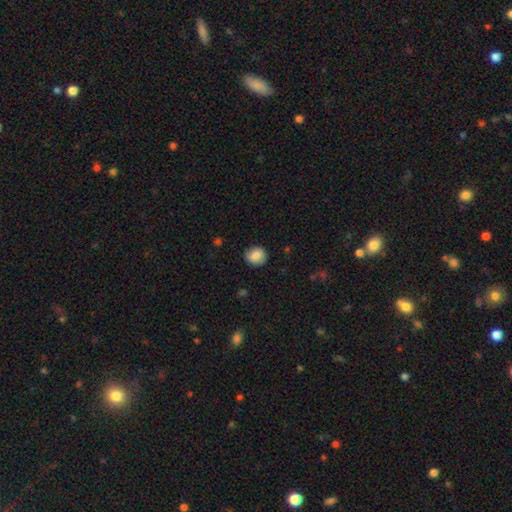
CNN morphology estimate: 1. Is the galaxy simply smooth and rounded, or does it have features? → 82% smooth, 10% featured or disk, 8% star or artifact.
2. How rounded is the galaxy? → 78% round, 21% in between, 1% cigar-shaped.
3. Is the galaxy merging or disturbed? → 86% none, 11% minor disturbance, 3% major disturbance, 1% merger.